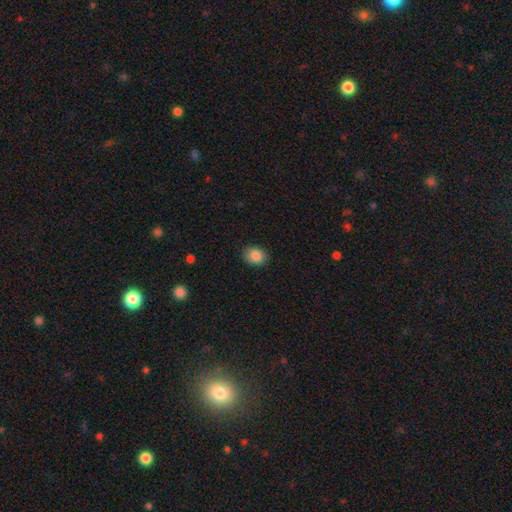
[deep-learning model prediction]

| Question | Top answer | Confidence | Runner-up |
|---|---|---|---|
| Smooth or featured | smooth | 86% | star or artifact (9%) |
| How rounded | in between | 58% | round (41%) |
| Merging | none | 87% | minor disturbance (9%) |